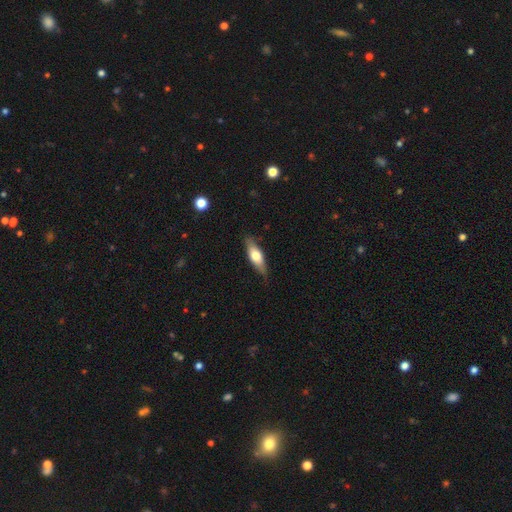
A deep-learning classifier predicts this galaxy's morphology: smooth_or_featured: smooth (p=0.55) [alt: featured or disk p=0.39]
how_rounded: in between (p=0.54) [alt: cigar-shaped p=0.43]
merging: none (p=0.81) [alt: minor disturbance p=0.15]